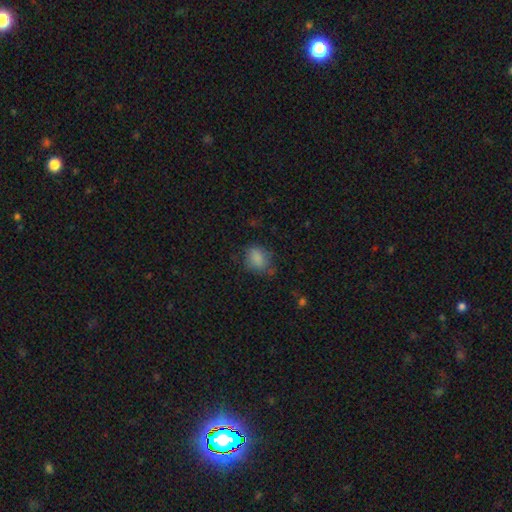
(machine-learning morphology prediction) This appears to be a smooth galaxy with no disk features (83%) that is in between round and cigar-shaped (55%). Merging: none (62%).